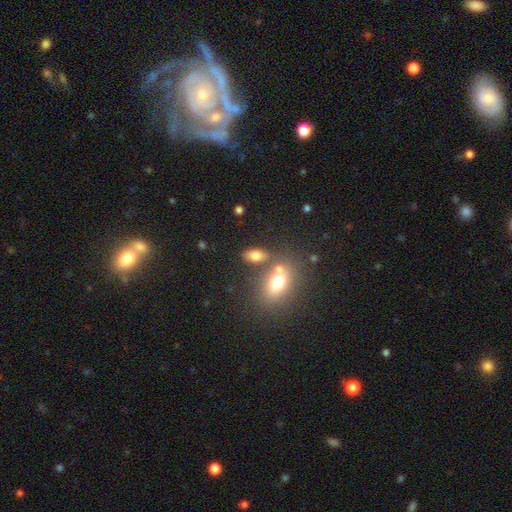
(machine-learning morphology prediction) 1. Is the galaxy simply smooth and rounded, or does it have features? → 73% smooth, 16% featured or disk, 11% star or artifact.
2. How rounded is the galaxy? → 82% in between, 9% round, 9% cigar-shaped.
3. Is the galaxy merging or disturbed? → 62% none, 21% merger, 12% minor disturbance, 5% major disturbance.